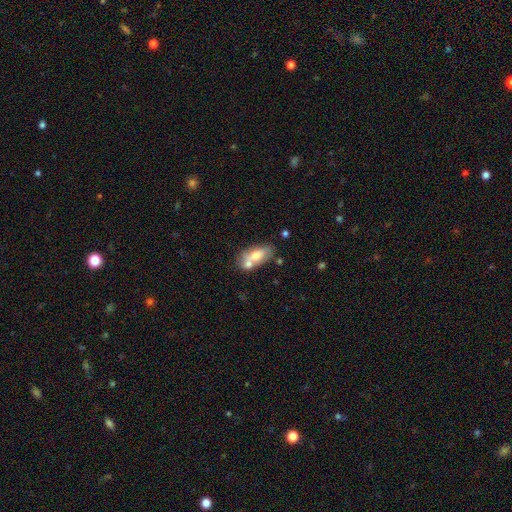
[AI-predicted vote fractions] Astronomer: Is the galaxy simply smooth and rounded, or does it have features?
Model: smooth — 63%.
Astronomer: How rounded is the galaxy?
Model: in between — 84%.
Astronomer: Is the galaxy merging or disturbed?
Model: none — 41% (runner-up: merger, 40%).